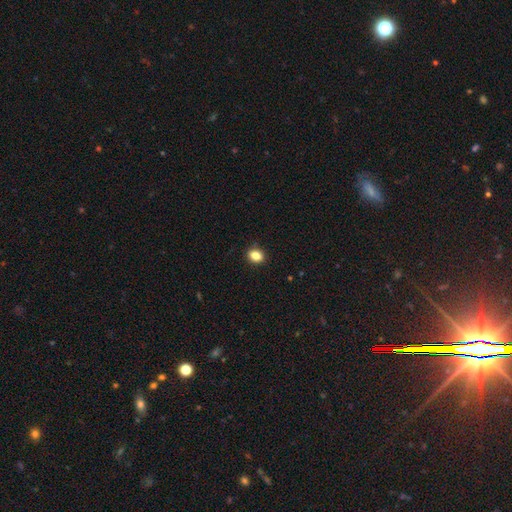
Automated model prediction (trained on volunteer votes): Smooth or featured: smooth — 85% (star or artifact — 10%)
How rounded: in between — 57% (round — 42%)
Merging: none — 89% (minor disturbance — 8%)